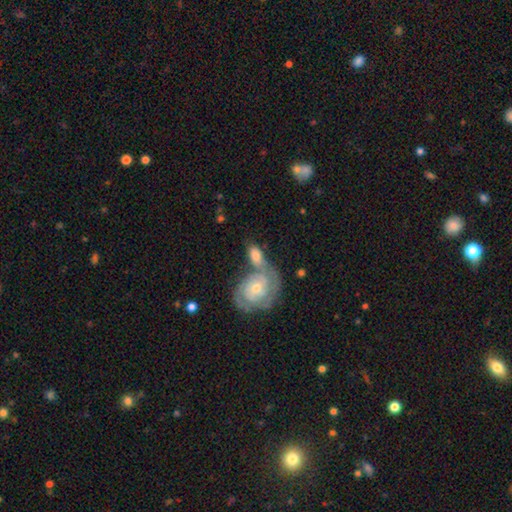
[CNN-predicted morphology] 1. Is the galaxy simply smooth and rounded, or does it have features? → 52% featured or disk, 41% smooth, 7% star or artifact.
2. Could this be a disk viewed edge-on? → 95% no, 5% yes.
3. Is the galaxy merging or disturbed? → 48% merger, 31% none, 14% minor disturbance, 7% major disturbance.